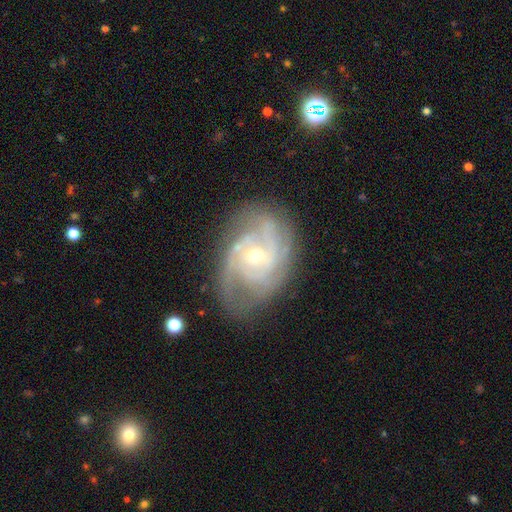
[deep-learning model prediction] Smooth or featured: featured or disk — 86% (smooth — 8%)
Edge-on disk: no — 97% (yes — 3%)
Bar: no — 68% (weak — 26%)
Spiral arms: yes — 95% (no — 5%)
Spiral winding: tight — 51% (medium — 40%)
Spiral arm count: 2 — 32% (3 — 27%)
Bulge size: small — 70% (moderate — 27%)
Merging: none — 70% (minor disturbance — 19%)